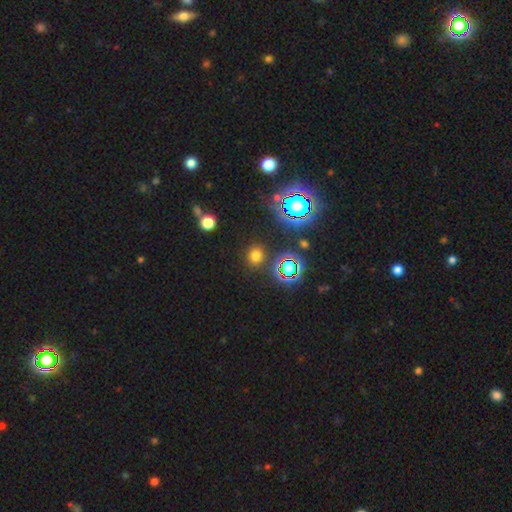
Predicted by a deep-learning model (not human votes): This appears to be a smooth galaxy with no disk features (64%) that is round (81%). Merging: none (87%).